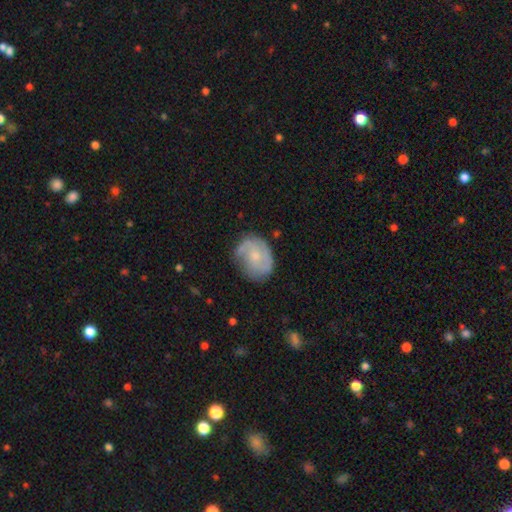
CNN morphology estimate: This is possibly a featured or disk galaxy (60%). It is clearly not viewed edge-on (97%). Bar: likely no (71%). Spiral arm pattern: clearly yes (82%). Central bulge: possibly small (56%). Merging: likely none (63%).